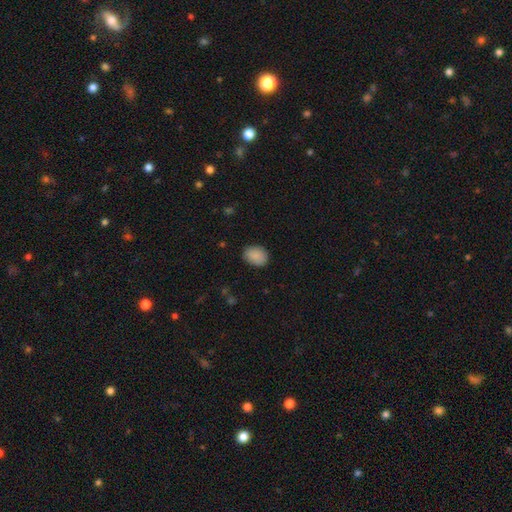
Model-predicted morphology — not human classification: Smooth or featured: smooth — 89% (star or artifact — 7%)
How rounded: in between — 62% (round — 37%)
Merging: none — 85% (minor disturbance — 11%)